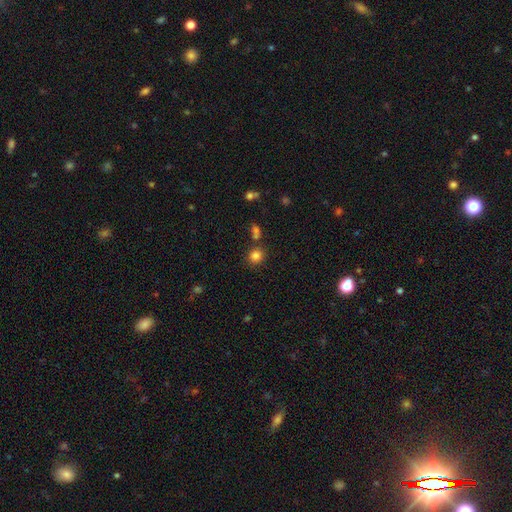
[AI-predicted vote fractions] Smooth or featured? smooth (82%)
How rounded? round (85%)
Merging? none (77%)